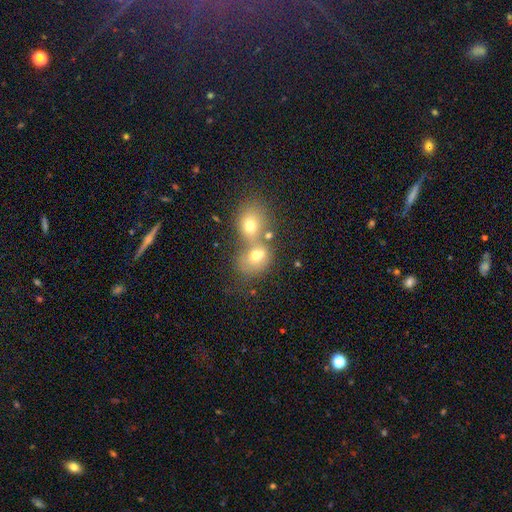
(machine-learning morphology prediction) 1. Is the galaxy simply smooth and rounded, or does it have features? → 64% smooth, 22% featured or disk, 14% star or artifact.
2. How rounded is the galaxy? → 55% round, 44% in between, 1% cigar-shaped.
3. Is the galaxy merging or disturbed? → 62% merger, 26% none, 7% minor disturbance, 4% major disturbance.